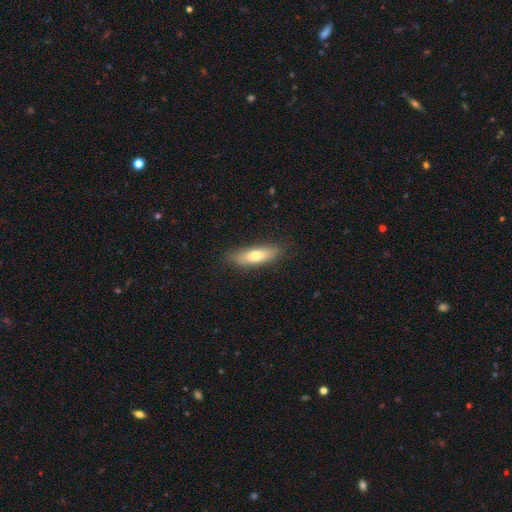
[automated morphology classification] Smooth or featured?
  - smooth: 69% *
  - featured or disk: 25%
  - star or artifact: 6%
How rounded?
  - cigar-shaped: 56% *
  - in between: 41%
  - round: 2%
Merging?
  - none: 86% *
  - minor disturbance: 11%
  - major disturbance: 2%
  - merger: 1%